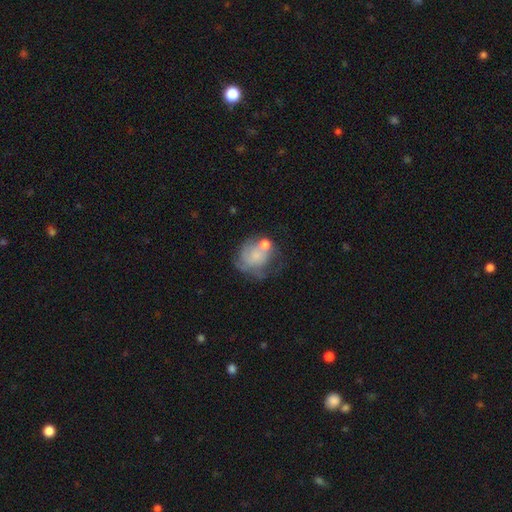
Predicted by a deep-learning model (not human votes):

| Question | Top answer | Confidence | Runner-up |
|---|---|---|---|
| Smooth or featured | smooth | 46% | featured or disk (45%) |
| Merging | none | 35% | major disturbance (25%) |